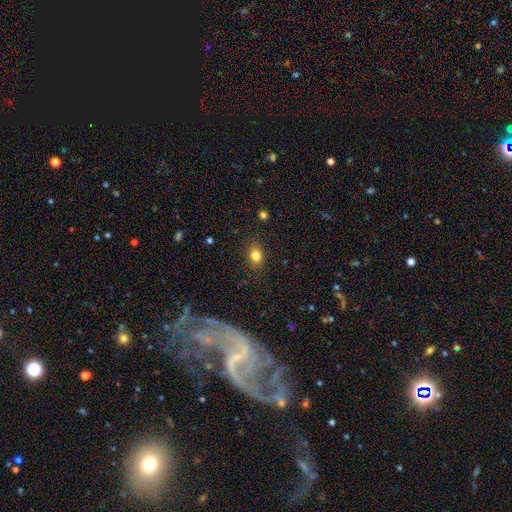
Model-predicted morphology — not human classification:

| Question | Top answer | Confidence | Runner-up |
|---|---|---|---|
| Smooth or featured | smooth | 82% | star or artifact (11%) |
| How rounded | in between | 53% | round (46%) |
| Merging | none | 84% | minor disturbance (11%) |